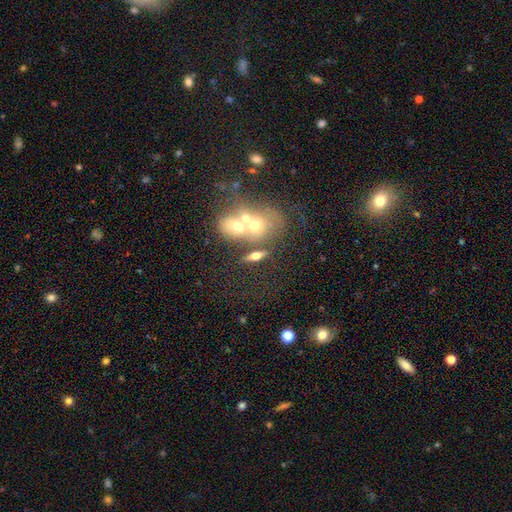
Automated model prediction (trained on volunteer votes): Smooth or featured? featured or disk (46%)
Merging? none (48%)